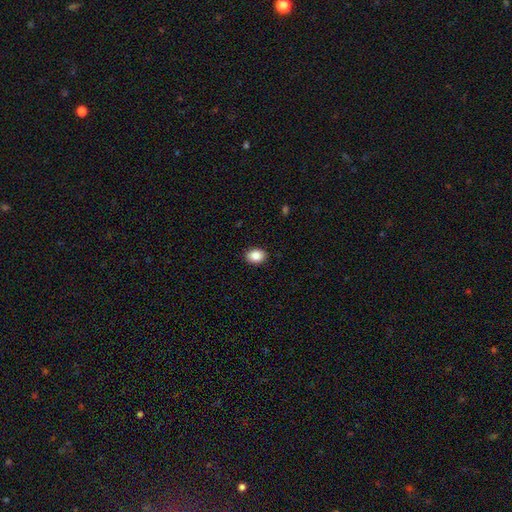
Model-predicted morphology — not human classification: smooth-or-featured: smooth: 87% | star or artifact: 8% | featured or disk: 5%
  how-rounded: in between: 68% | round: 31% | cigar-shaped: 1%
  merging: none: 90% | minor disturbance: 7% | major disturbance: 2% | merger: 1%